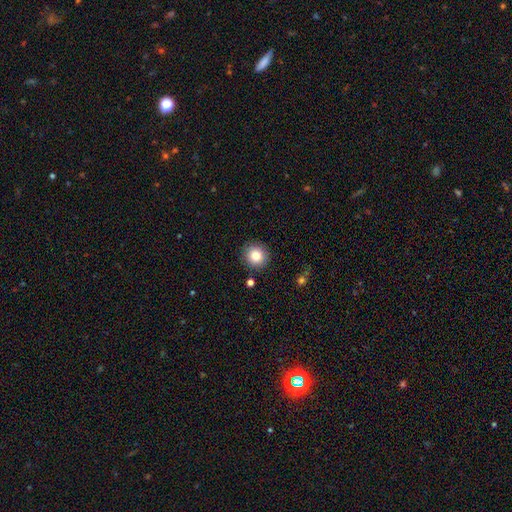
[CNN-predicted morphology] Smooth or featured: smooth — 83% (star or artifact — 10%)
How rounded: round — 93% (in between — 6%)
Merging: none — 90% (minor disturbance — 6%)